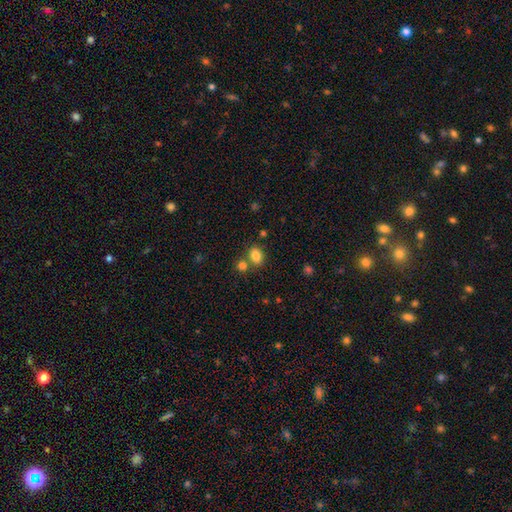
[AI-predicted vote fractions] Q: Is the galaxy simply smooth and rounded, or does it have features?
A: smooth — 83%.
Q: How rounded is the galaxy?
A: in between — 68%.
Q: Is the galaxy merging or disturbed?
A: none — 64%.